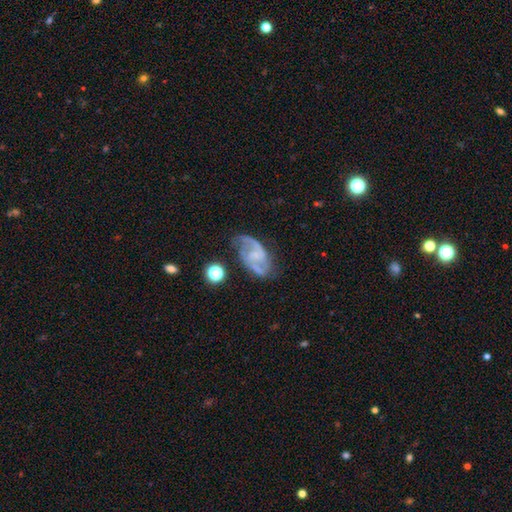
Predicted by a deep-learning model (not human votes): This appears to be a featured or disk galaxy (82%) with a weak bar (44%, tied with no), 2 (83%) medium (50%) spiral arms (94%) and a small central bulge (48%). Merging: none (63%).